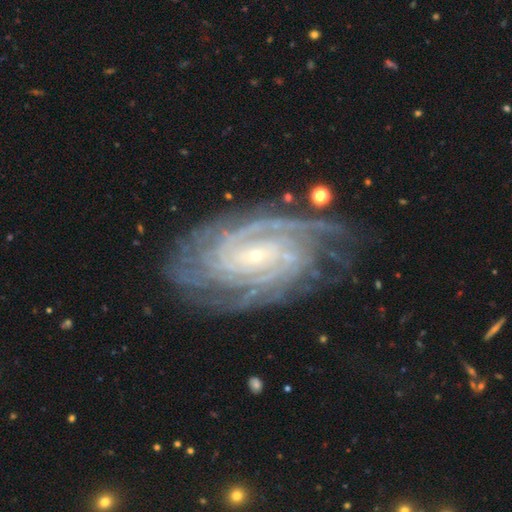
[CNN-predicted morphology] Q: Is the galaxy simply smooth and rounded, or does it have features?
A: featured or disk — 91%.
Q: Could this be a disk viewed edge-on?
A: no — 96%.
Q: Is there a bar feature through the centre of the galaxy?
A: no — 61%.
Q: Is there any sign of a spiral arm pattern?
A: yes — 98%.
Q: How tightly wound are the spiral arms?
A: tight — 77%.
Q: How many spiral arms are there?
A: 4 — 23%.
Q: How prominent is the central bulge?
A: small — 87%.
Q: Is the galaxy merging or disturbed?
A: none — 75%.